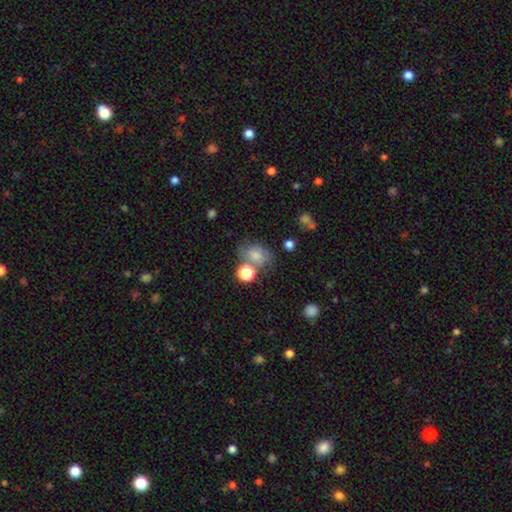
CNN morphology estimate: The model was most divided on "how rounded": in between: 53%, round: 46%, cigar-shaped: 1%. Remaining: smooth or featured — smooth (70%); merging — none (47%).